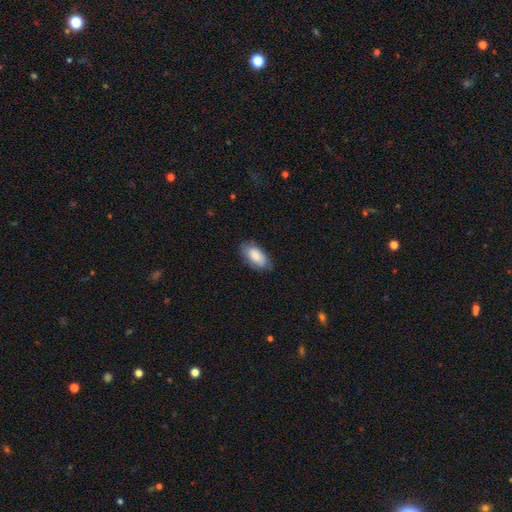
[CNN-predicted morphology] smooth-or-featured: smooth: 81% | featured or disk: 13% | star or artifact: 6%
  how-rounded: in between: 93% | cigar-shaped: 5% | round: 3%
  merging: none: 76% | minor disturbance: 19% | major disturbance: 4% | merger: 1%